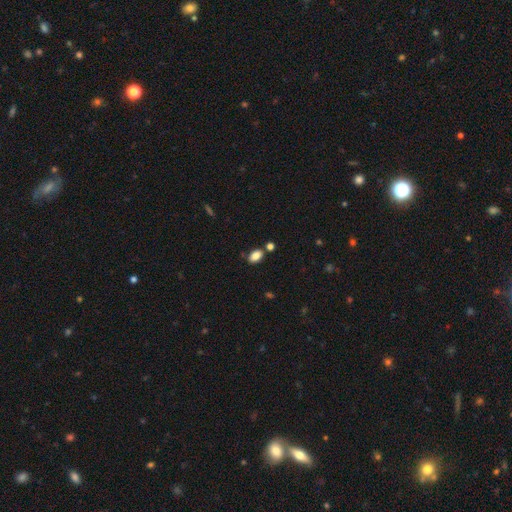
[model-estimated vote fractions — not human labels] Smooth or featured? Predicted: smooth (p=0.85). How rounded? Predicted: in between (p=0.89). Merging? Predicted: none (p=0.76).